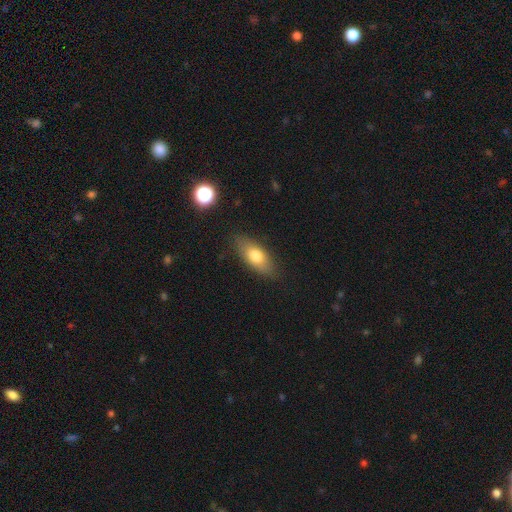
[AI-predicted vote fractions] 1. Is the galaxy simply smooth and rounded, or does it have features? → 72% smooth, 21% featured or disk, 7% star or artifact.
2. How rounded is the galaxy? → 81% in between, 15% cigar-shaped, 4% round.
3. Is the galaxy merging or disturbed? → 83% none, 13% minor disturbance, 3% major disturbance, 1% merger.